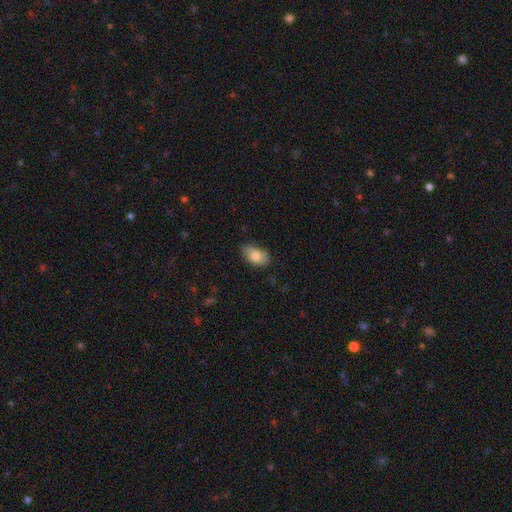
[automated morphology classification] Q: Smooth or featured?
A: smooth (80%); runner-up: featured or disk (12%)
Q: How rounded?
A: in between (91%); runner-up: round (7%)
Q: Merging?
A: none (68%); runner-up: minor disturbance (26%)